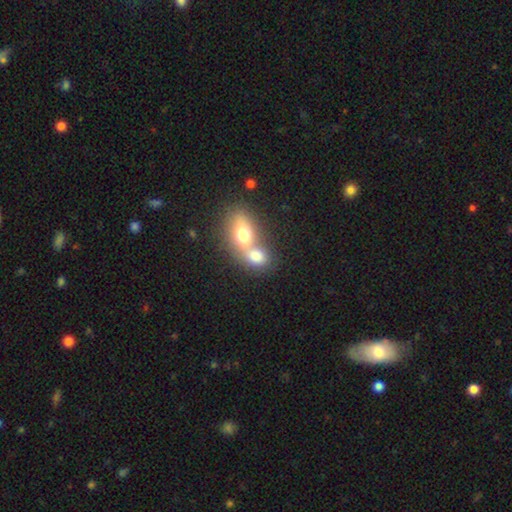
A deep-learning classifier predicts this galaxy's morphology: Smooth or featured: smooth — 74% (featured or disk — 17%)
How rounded: in between — 64% (round — 34%)
Merging: merger — 73% (none — 19%)